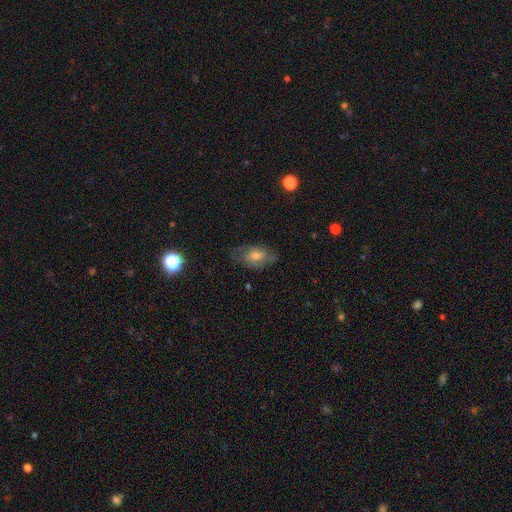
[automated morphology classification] The model was most divided on "bar": no: 51%, weak: 40%, strong: 10%. More confident: edge-on disk — no (93%); spiral arms — yes (78%); merging — none (71%); bulge size — moderate (59%); smooth or featured — featured or disk (57%).